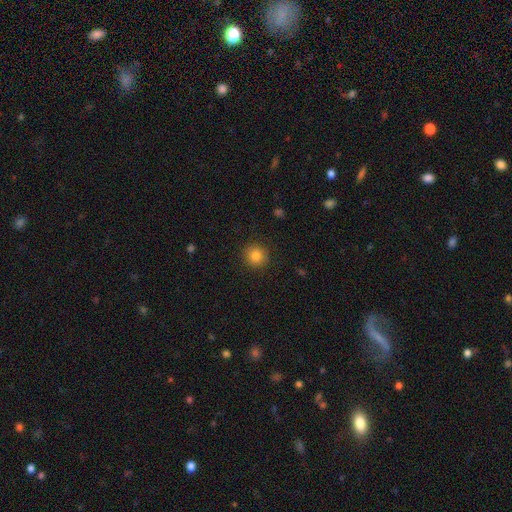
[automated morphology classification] Smooth or featured: smooth — 83% (star or artifact — 11%)
How rounded: round — 93% (in between — 6%)
Merging: none — 91% (minor disturbance — 6%)